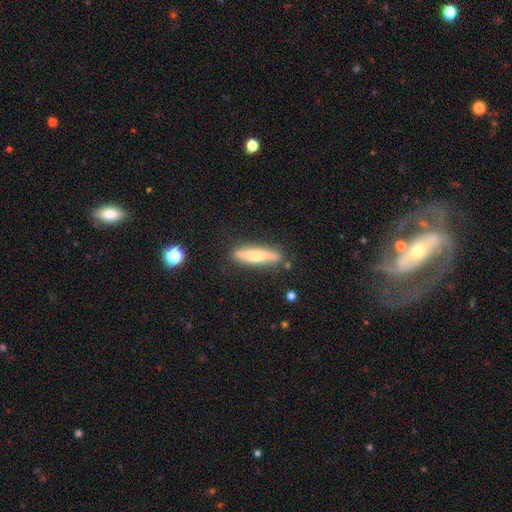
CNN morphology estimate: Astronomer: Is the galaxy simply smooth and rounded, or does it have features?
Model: smooth — 59% (runner-up: featured or disk, 35%).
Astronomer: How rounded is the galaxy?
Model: cigar-shaped — 87%.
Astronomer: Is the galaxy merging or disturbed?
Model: none — 80%.